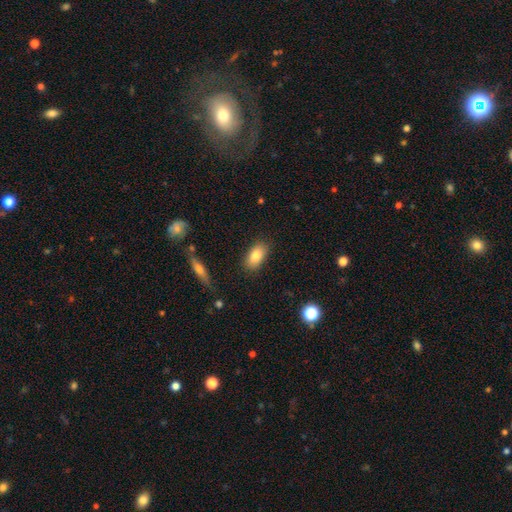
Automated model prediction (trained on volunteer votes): smooth 82%, featured or disk 10%, star or artifact 7%. Down the decision tree: how rounded — in between (89%); merging — none (85%).